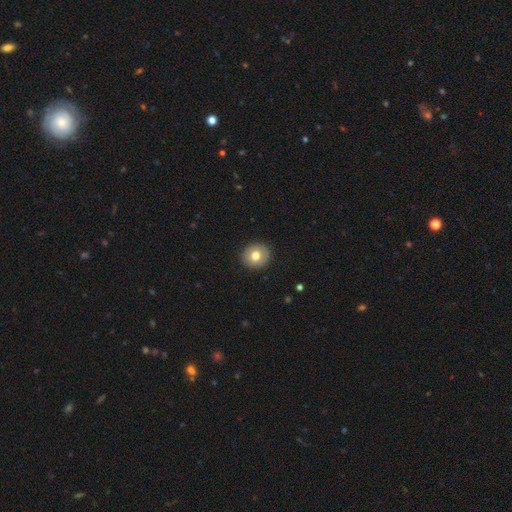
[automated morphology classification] This is likely a smooth galaxy (74%). How rounded: clearly round (86%). Merging: clearly none (91%).